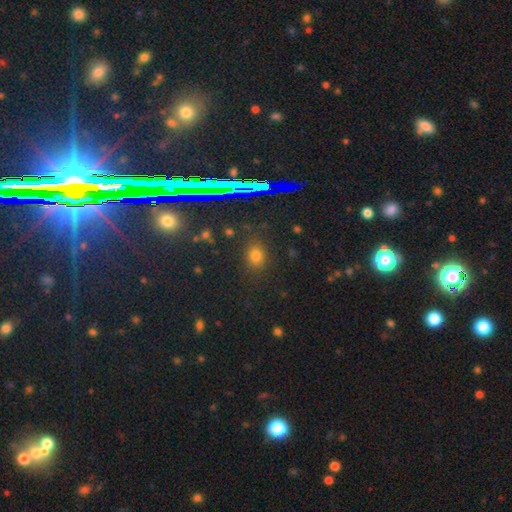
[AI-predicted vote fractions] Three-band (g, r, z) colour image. It shows a smooth galaxy with no disk features (69%) that is round (54%). Merging: none (85%).